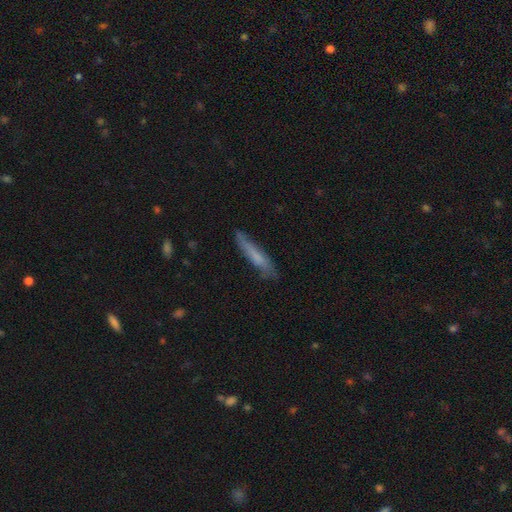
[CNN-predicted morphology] This is likely a smooth galaxy (62%). How rounded: clearly cigar-shaped (90%). Merging: likely none (73%).